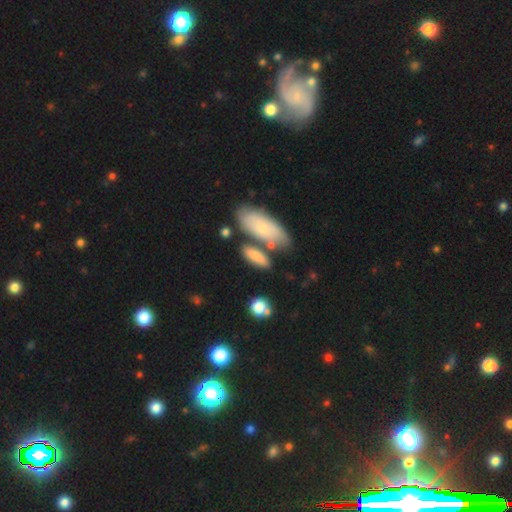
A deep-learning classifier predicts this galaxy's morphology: A smooth galaxy with no disk features (77%) that is in between round and cigar-shaped (63%).

Vote fractions:
- Smooth or featured? smooth: 77% / featured or disk: 16% / star or artifact: 7%
- How rounded? in between: 63% / cigar-shaped: 33% / round: 4%
- Merging? none: 63% / merger: 18% / minor disturbance: 15% / major disturbance: 5%